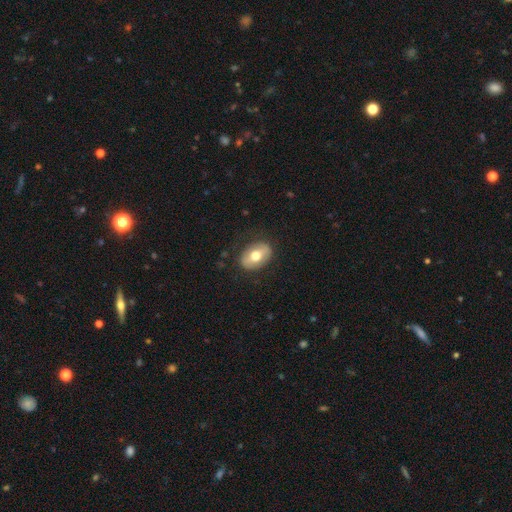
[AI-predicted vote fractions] smooth_or_featured: smooth (p=0.61) [alt: featured or disk p=0.33]
how_rounded: in between (p=0.81) [alt: round p=0.17]
merging: none (p=0.82) [alt: minor disturbance p=0.12]